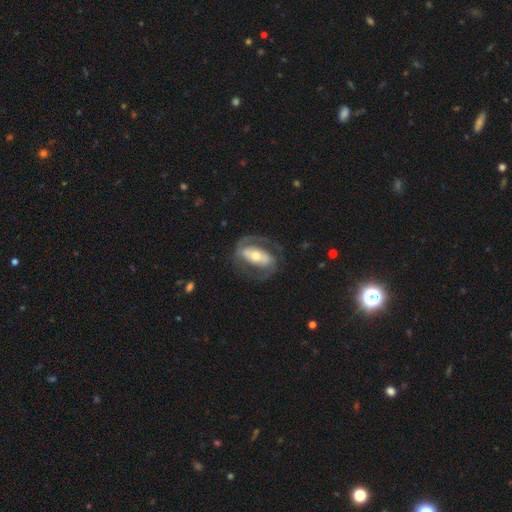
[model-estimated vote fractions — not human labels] smooth-or-featured: featured or disk: 81% | smooth: 15% | star or artifact: 5%
  disk-edge-on: no: 95% | yes: 5%
    bar: strong: 53% | weak: 24% | no: 23%
    has-spiral-arms: yes: 83% | no: 17%
      spiral-winding: medium: 47% | tight: 33% | loose: 20%
      spiral-arm-count: 2: 85% | can't tell: 6% | 1: 5% | 3: 1% | 4: 1% | more than 4: 1%
    bulge-size: moderate: 56% | small: 33% | large: 8% | dominant: 2% | none: 1%
  merging: none: 71% | minor disturbance: 14% | major disturbance: 13% | merger: 1%